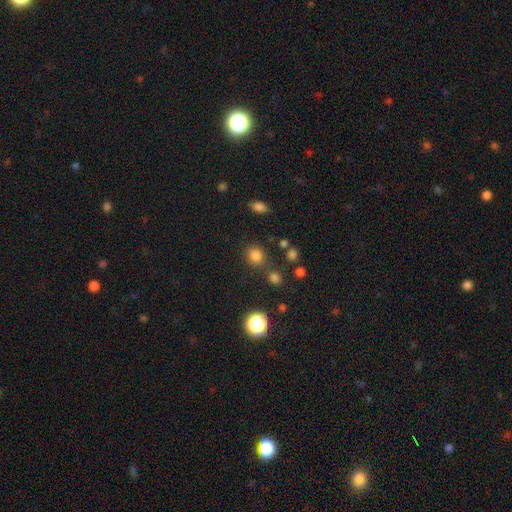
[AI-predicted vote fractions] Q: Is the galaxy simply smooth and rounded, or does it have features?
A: smooth — 78%.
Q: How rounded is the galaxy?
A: round — 72%.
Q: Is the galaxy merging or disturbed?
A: none — 74%.